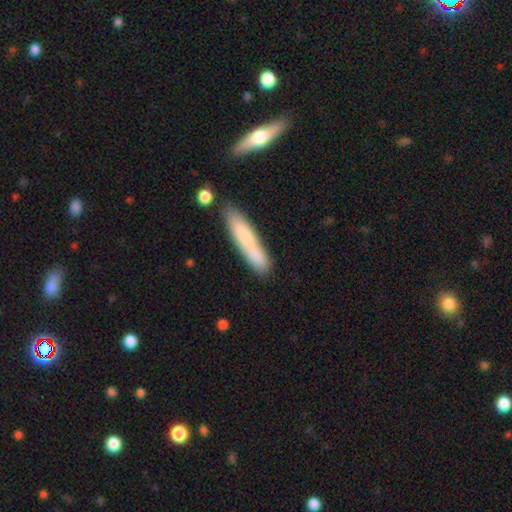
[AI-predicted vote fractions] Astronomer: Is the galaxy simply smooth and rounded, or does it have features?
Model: smooth — 77%.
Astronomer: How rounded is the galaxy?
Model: cigar-shaped — 79%.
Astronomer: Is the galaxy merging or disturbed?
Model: none — 72%.